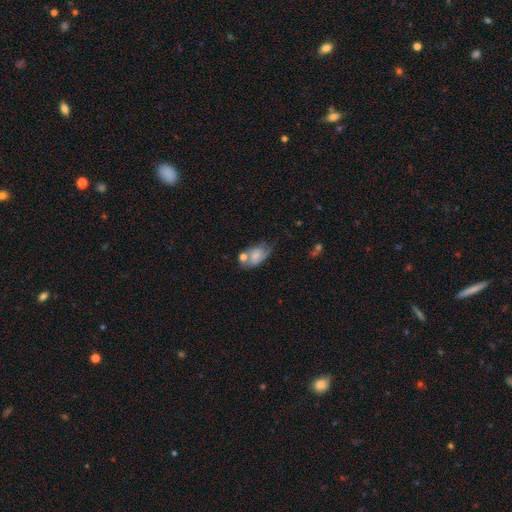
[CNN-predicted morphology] smooth-or-featured: smooth: 54% | featured or disk: 38% | star or artifact: 9%
  how-rounded: in between: 86% | round: 12% | cigar-shaped: 2%
  merging: none: 37% | minor disturbance: 26% | merger: 24% | major disturbance: 13%